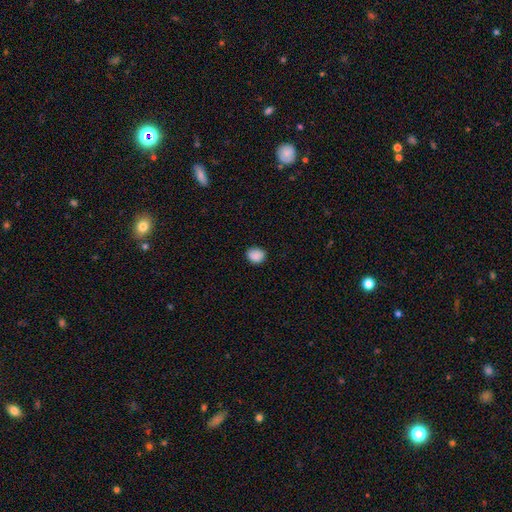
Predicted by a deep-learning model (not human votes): smooth-or-featured: smooth: 88% | star or artifact: 9% | featured or disk: 3%
  how-rounded: round: 68% | in between: 31% | cigar-shaped: 1%
  merging: none: 83% | minor disturbance: 13% | major disturbance: 3% | merger: 1%